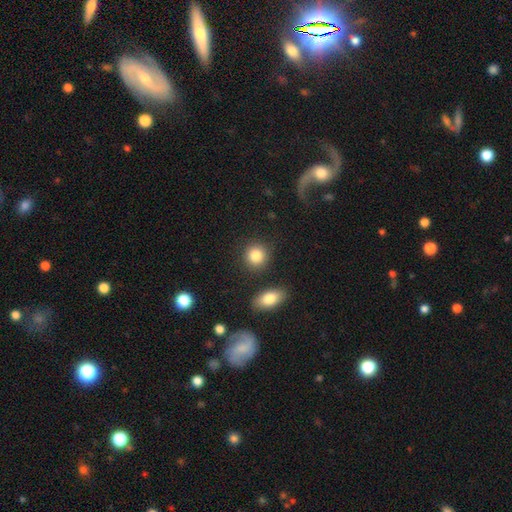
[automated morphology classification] smooth-or-featured: smooth: 85% | star or artifact: 8% | featured or disk: 6%
  how-rounded: round: 83% | in between: 16% | cigar-shaped: 1%
  merging: none: 84% | minor disturbance: 8% | merger: 5% | major disturbance: 3%